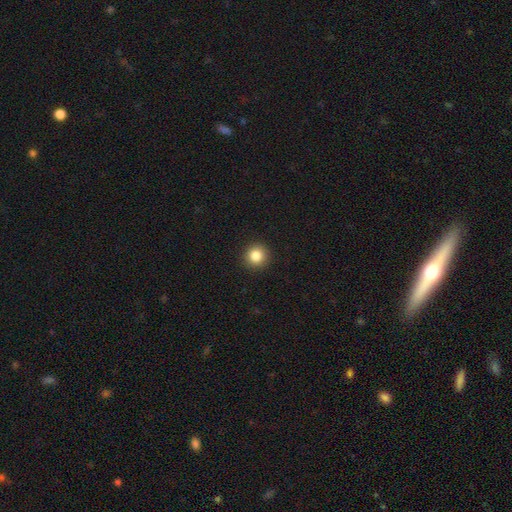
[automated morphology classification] smooth 84%, star or artifact 11%, featured or disk 5%. Down the decision tree: how rounded — round (94%); merging — none (92%).